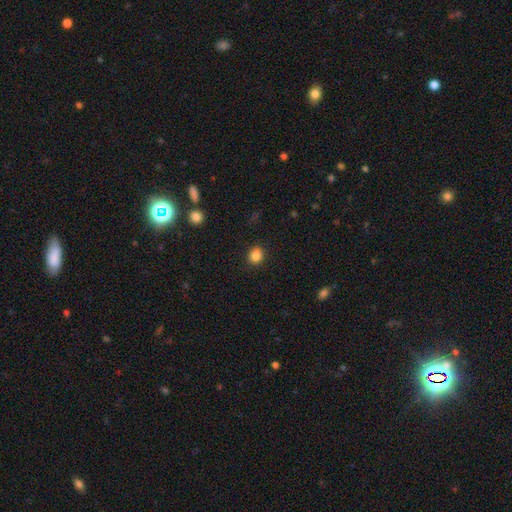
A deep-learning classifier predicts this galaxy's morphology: A smooth galaxy with no disk features (84%) that is round (78%).

Vote fractions:
- Smooth or featured? smooth: 84% / star or artifact: 11% / featured or disk: 5%
- How rounded? round: 78% / in between: 21% / cigar-shaped: 1%
- Merging? none: 89% / minor disturbance: 8% / major disturbance: 2% / merger: 1%